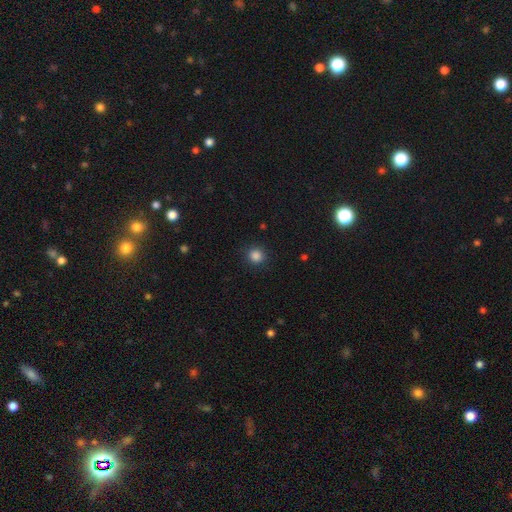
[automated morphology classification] Smooth or featured: smooth — 85% (star or artifact — 12%)
How rounded: round — 91% (in between — 8%)
Merging: none — 89% (minor disturbance — 7%)